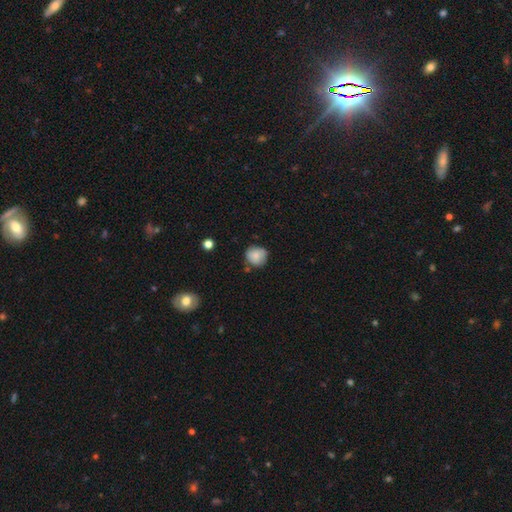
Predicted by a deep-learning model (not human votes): Smooth or featured? smooth (78%)
How rounded? round (85%)
Merging? none (69%)